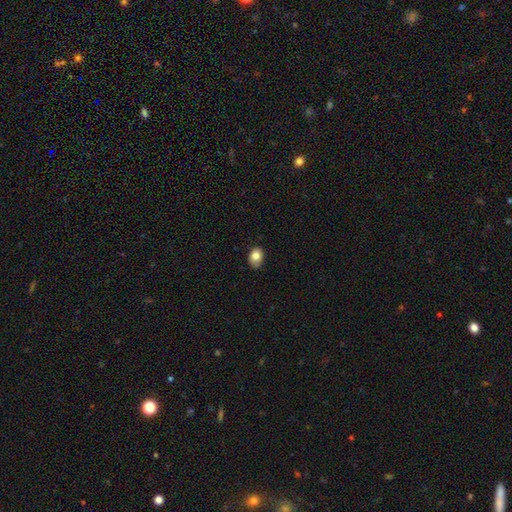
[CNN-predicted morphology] smooth-or-featured: smooth: 81% | featured or disk: 10% | star or artifact: 9%
  how-rounded: in between: 66% | round: 33% | cigar-shaped: 1%
  merging: none: 69% | minor disturbance: 25% | major disturbance: 4% | merger: 1%